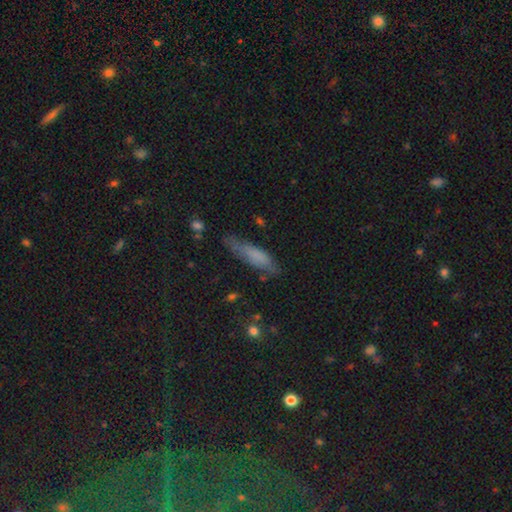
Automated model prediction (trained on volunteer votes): Q: Smooth or featured?
A: smooth (67%); runner-up: featured or disk (23%)
Q: How rounded?
A: cigar-shaped (70%); runner-up: in between (28%)
Q: Merging?
A: none (61%); runner-up: minor disturbance (28%)